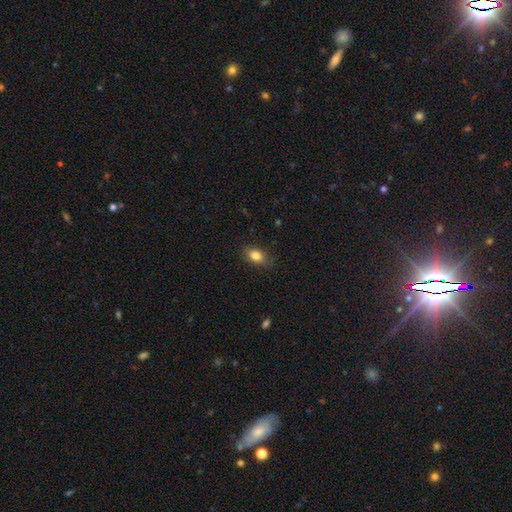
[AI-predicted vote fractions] Morphology: type=smooth (83%); roundness=in between (82%); merging=none (81%).